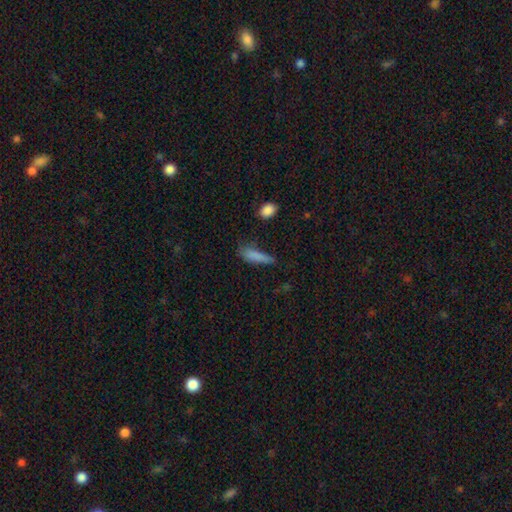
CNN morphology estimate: Smooth or featured?
  - smooth: 80% *
  - featured or disk: 10%
  - star or artifact: 10%
How rounded?
  - cigar-shaped: 59% *
  - in between: 38%
  - round: 3%
Merging?
  - none: 46% *
  - minor disturbance: 34%
  - major disturbance: 15%
  - merger: 5%